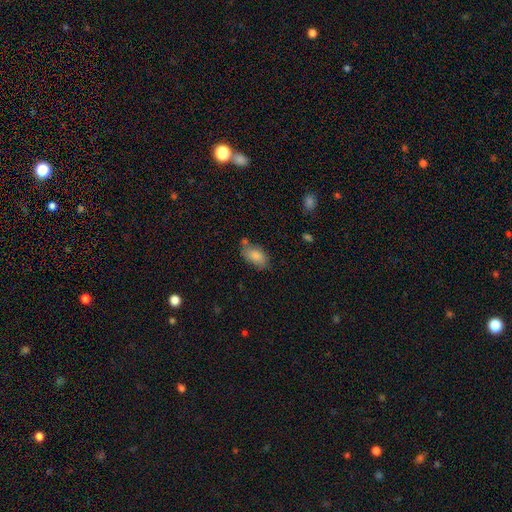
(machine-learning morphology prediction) The model was most divided on "merging": none: 61%, minor disturbance: 22%, merger: 11%, major disturbance: 6%. More confident: how rounded — in between (92%); smooth or featured — smooth (83%).